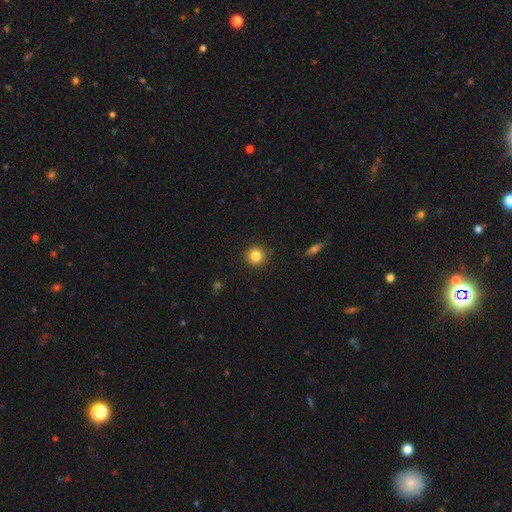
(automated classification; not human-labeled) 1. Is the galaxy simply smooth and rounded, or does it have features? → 84% smooth, 11% star or artifact, 6% featured or disk.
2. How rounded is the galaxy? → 95% round, 4% in between, 1% cigar-shaped.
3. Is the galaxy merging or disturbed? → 92% none, 6% minor disturbance, 2% major disturbance, 1% merger.